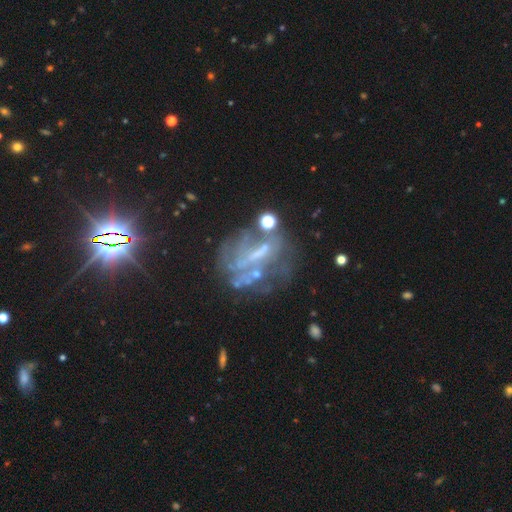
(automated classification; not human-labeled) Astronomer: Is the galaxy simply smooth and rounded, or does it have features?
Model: featured or disk — 60%.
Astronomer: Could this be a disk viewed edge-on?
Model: no — 91%.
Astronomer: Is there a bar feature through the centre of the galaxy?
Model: no — 37% (runner-up: strong, 32%).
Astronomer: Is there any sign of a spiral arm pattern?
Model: no — 66%.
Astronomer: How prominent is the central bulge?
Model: none — 52% (runner-up: small, 30%).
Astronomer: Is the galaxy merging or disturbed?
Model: none — 45% (runner-up: major disturbance, 27%).